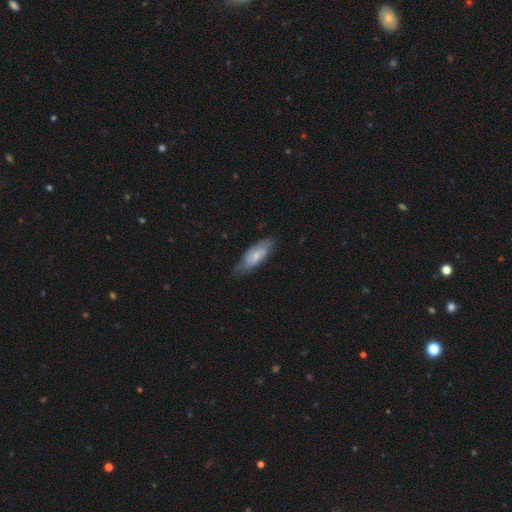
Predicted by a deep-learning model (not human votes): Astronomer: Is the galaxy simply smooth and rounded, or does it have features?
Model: smooth — 58% (runner-up: featured or disk, 36%).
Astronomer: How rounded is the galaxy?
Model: in between — 70%.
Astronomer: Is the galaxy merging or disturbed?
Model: none — 66%.